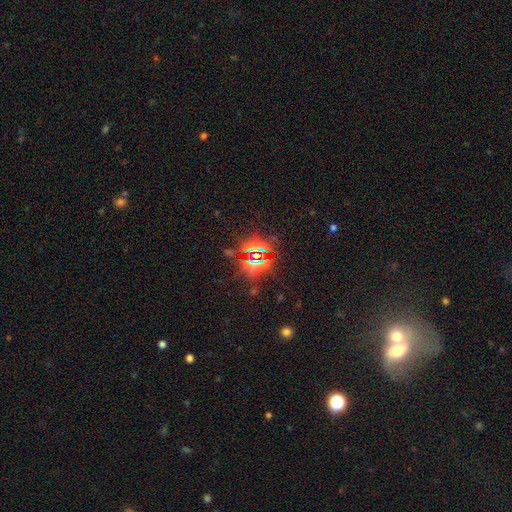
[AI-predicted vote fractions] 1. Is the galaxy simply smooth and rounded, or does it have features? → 80% star or artifact, 11% smooth, 9% featured or disk.